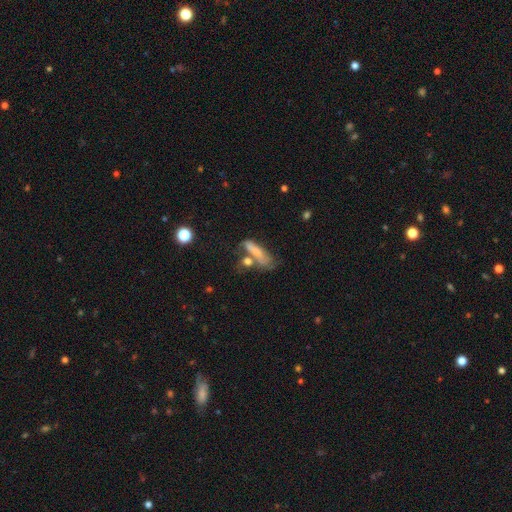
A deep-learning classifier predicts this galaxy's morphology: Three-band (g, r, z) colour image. It shows a smooth galaxy with no disk features (57%) that is cigar-shaped (62%). Merging: none (46%).